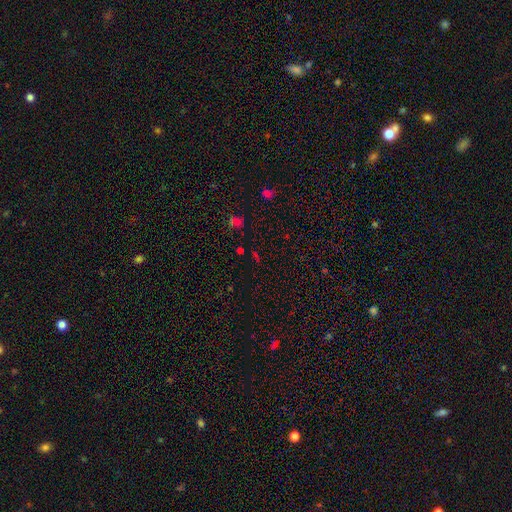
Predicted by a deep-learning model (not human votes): A star or artifact, not a galaxy (59%).

Vote fractions:
- Smooth or featured? star or artifact: 59% / smooth: 32% / featured or disk: 9%